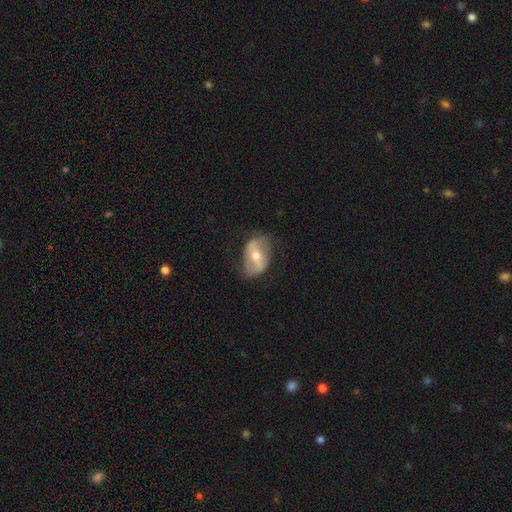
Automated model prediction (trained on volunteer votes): Smooth or featured? Predicted: featured or disk (p=0.60). Edge-on disk? Predicted: no (p=0.91). Bar? Predicted: strong (p=0.46). Spiral arms? Predicted: no (p=0.54). Bulge size? Predicted: moderate (p=0.69). Merging? Predicted: none (p=0.67).